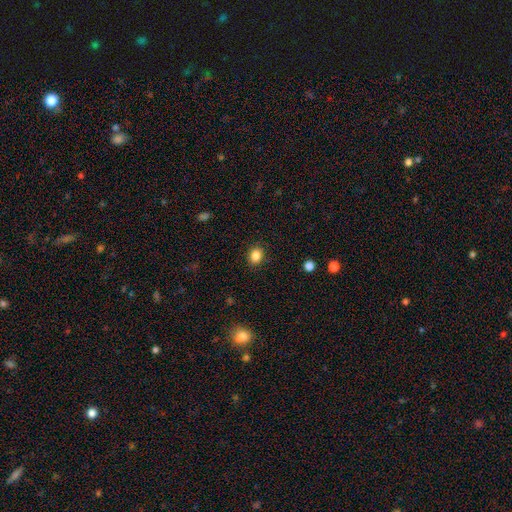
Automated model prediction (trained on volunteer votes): Smooth or featured? smooth (86%)
How rounded? round (53%)
Merging? none (89%)